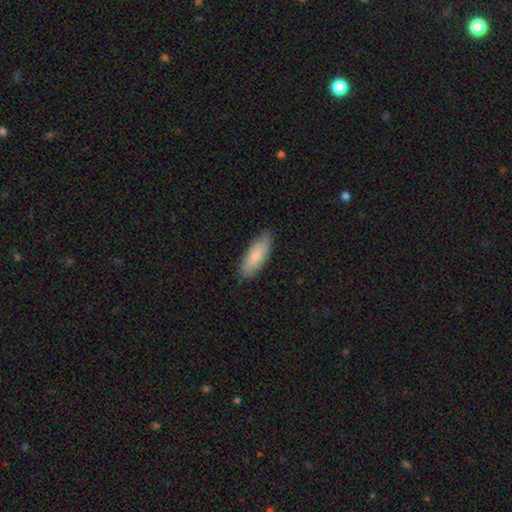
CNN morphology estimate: A smooth galaxy with no disk features (80%) that is in between round and cigar-shaped (68%). Merging: none (84%).